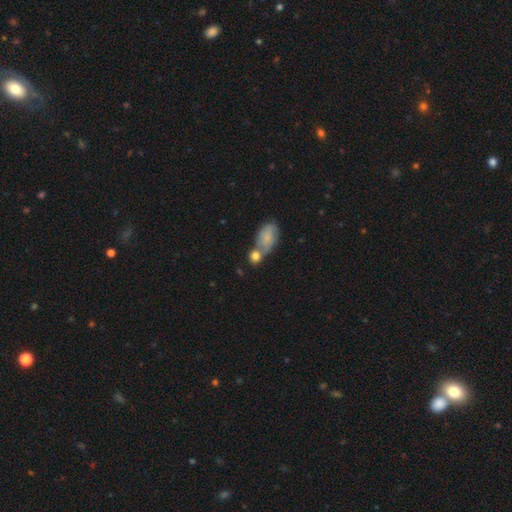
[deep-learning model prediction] Smooth or featured? Predicted: smooth (p=0.77). How rounded? Predicted: round (p=0.55). Merging? Predicted: merger (p=0.42).